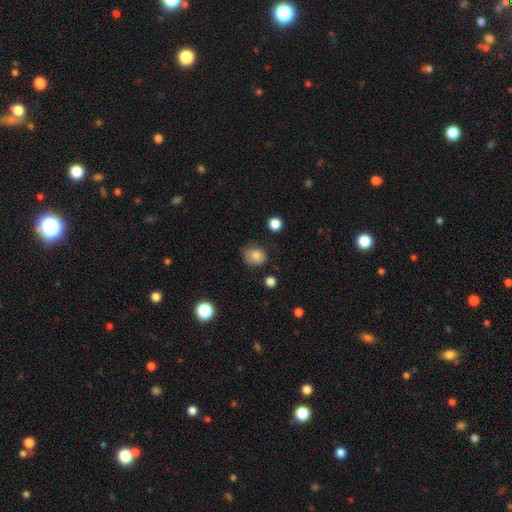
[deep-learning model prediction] Smooth or featured? smooth (81%)
How rounded? round (61%)
Merging? none (62%)